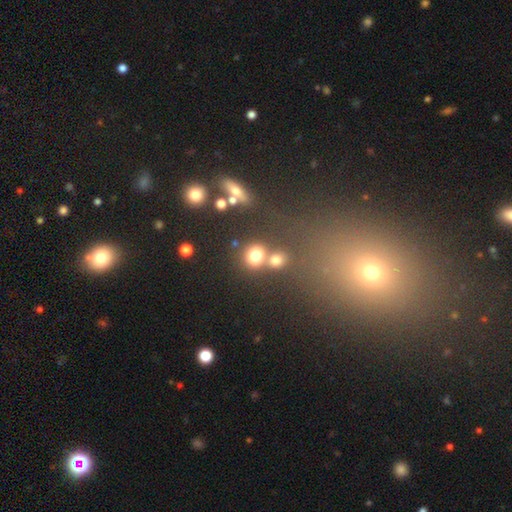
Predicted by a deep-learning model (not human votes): A smooth galaxy with no disk features (73%) that is round (74%). Merging: none (49%).